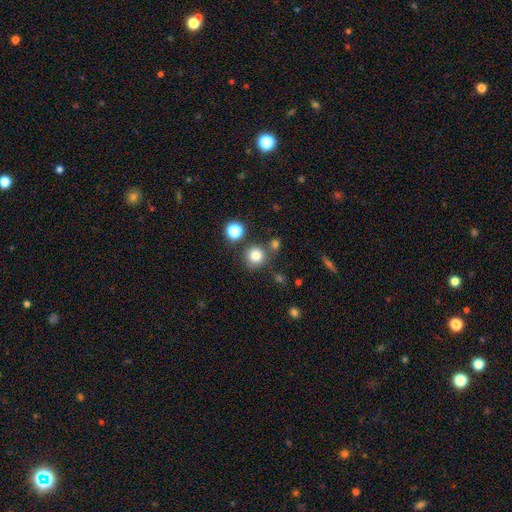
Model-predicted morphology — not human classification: Q: Smooth or featured?
A: smooth (80%); runner-up: star or artifact (13%)
Q: How rounded?
A: round (92%); runner-up: in between (7%)
Q: Merging?
A: none (77%); runner-up: merger (10%)